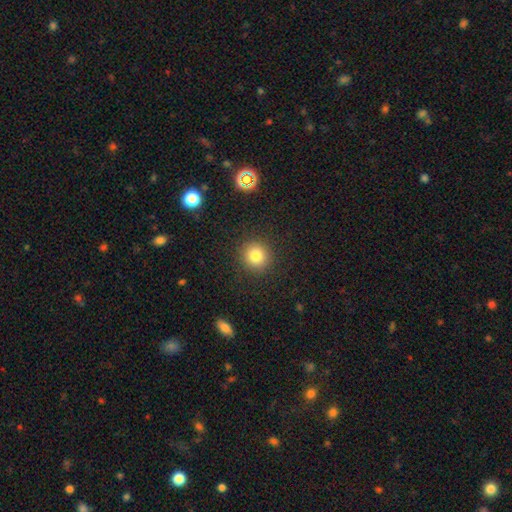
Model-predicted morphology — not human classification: smooth_or_featured: smooth (p=0.80) [alt: star or artifact p=0.13]
how_rounded: round (p=0.92) [alt: in between p=0.07]
merging: none (p=0.90) [alt: minor disturbance p=0.06]